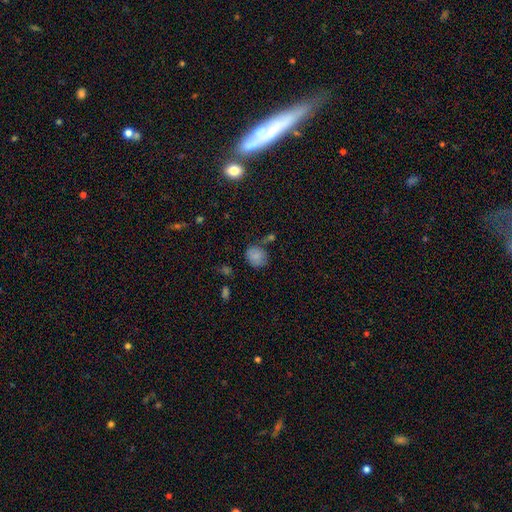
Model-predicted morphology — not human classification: Smooth or featured?
  - smooth: 81% *
  - star or artifact: 11%
  - featured or disk: 9%
How rounded?
  - round: 65% *
  - in between: 34%
  - cigar-shaped: 1%
Merging?
  - none: 59% *
  - minor disturbance: 24%
  - merger: 10%
  - major disturbance: 7%